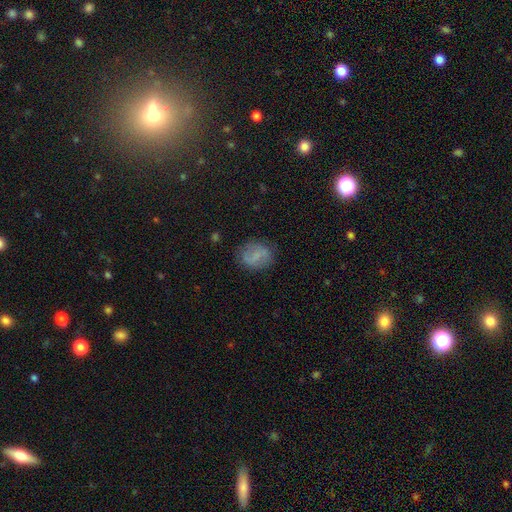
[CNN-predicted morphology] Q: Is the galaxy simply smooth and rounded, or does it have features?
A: smooth — 62%.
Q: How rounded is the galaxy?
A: round — 49%, tied with in between.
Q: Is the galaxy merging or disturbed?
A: none — 79%.